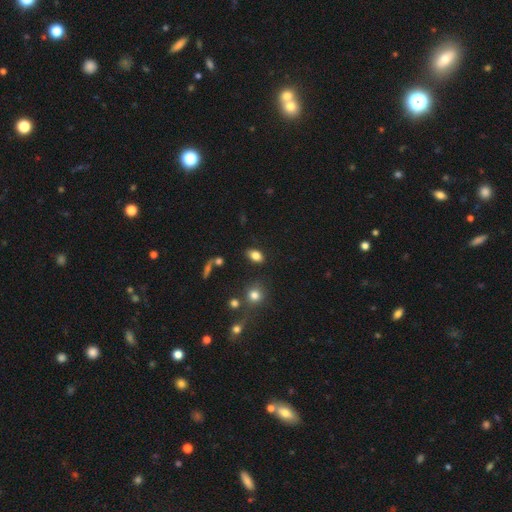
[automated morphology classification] smooth_or_featured: smooth (p=0.81) [alt: star or artifact p=0.10]
how_rounded: in between (p=0.86) [alt: round p=0.12]
merging: none (p=0.82) [alt: minor disturbance p=0.11]